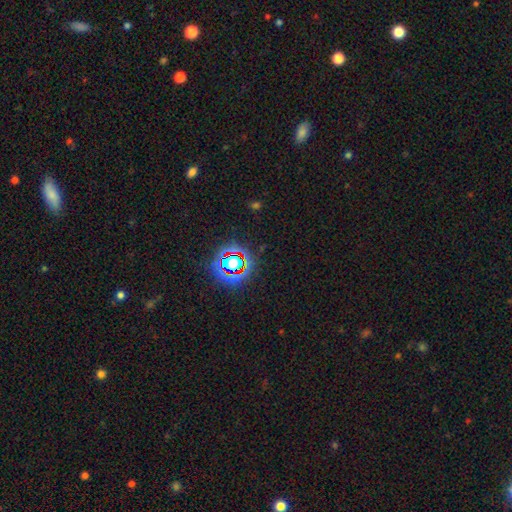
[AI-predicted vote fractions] Smooth or featured? star or artifact (77%)